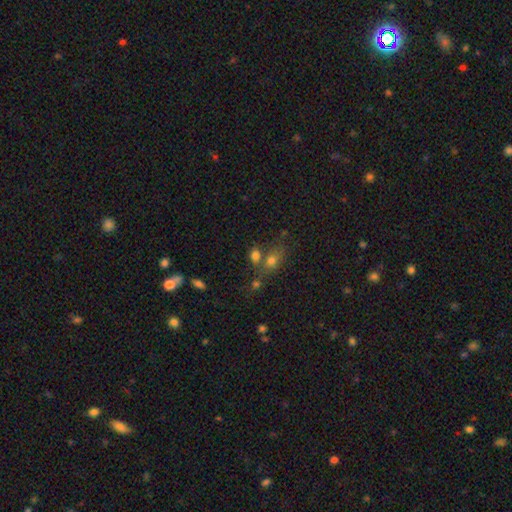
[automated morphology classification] Smooth or featured? Predicted: smooth (p=0.73). How rounded? Predicted: in between (p=0.58). Merging? Predicted: none (p=0.45).